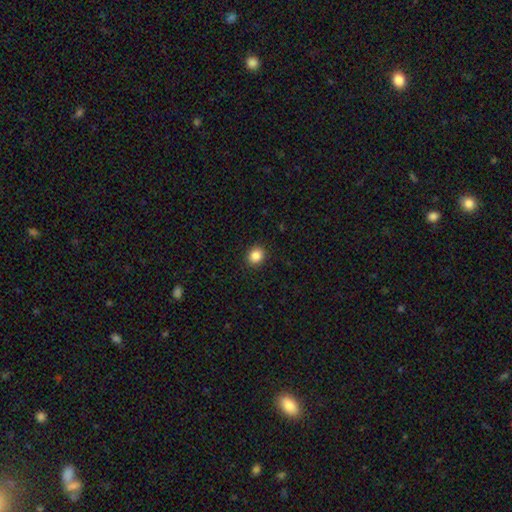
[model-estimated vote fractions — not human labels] Morphology: type=smooth (86%); roundness=round (74%); merging=none (91%).